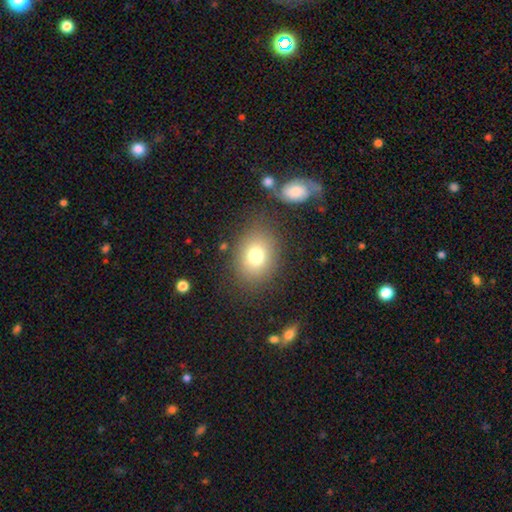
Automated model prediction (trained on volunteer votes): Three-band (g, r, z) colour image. It shows a smooth galaxy with no disk features (77%) that is in between round and cigar-shaped (54%). Merging: none (79%).